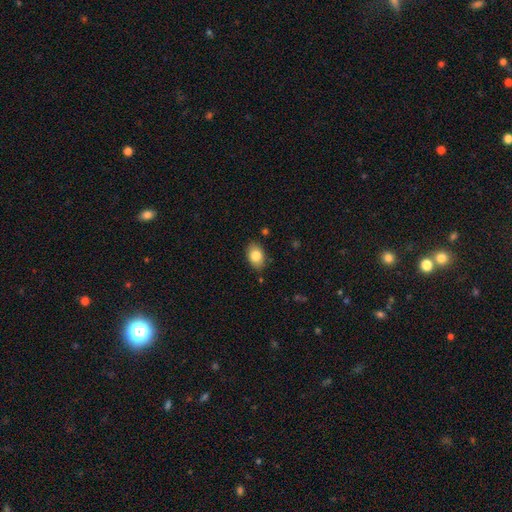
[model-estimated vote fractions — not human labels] This appears to be a smooth galaxy with no disk features (83%) that is in between round and cigar-shaped (84%). Merging: none (84%).